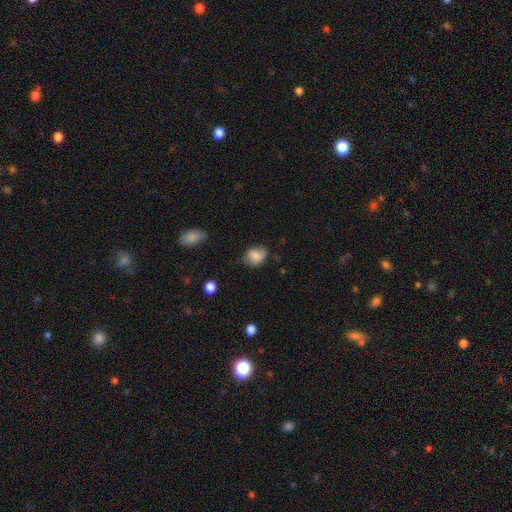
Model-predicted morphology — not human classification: This is likely a smooth galaxy (80%). How rounded: likely in between (62%). Merging: possibly none (58%).